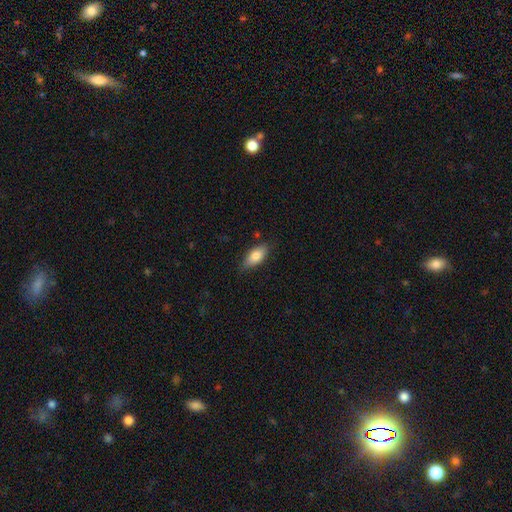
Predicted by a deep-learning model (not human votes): Morphology: type=smooth (78%); roundness=in between (85%); merging=none (80%).